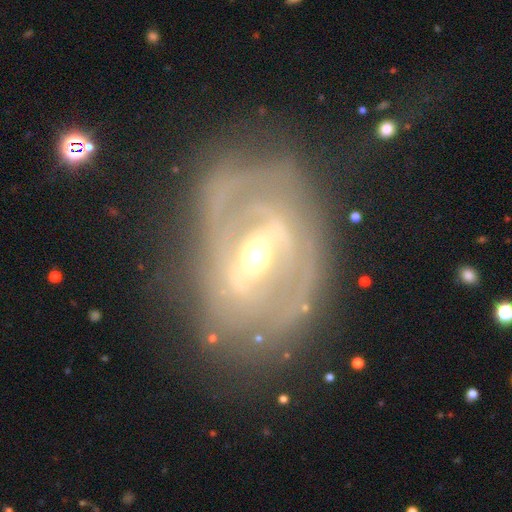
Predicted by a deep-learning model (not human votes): Overall: featured or disk (85%). Edge-on disk: no (94%). Bar: strong (52%; weak 36%). Spiral arms: yes (82%). Spiral arm count: 2 (49%; can't tell 30%). Spiral winding: tight (54%; medium 34%). Bulge size: moderate (51%; small 43%). Merging: none (70%).